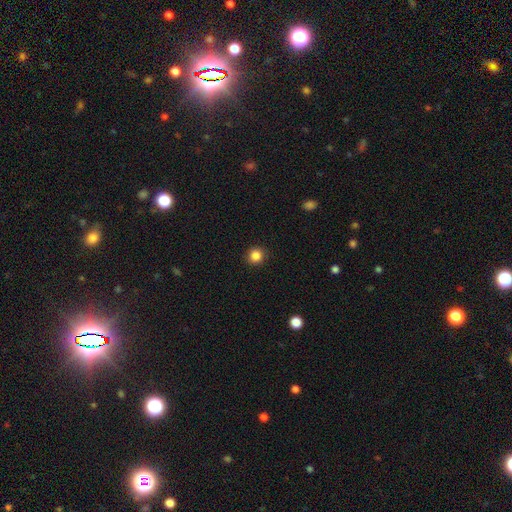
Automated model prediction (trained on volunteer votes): This appears to be a smooth galaxy with no disk features (86%) that is round (93%). Merging: none (91%).